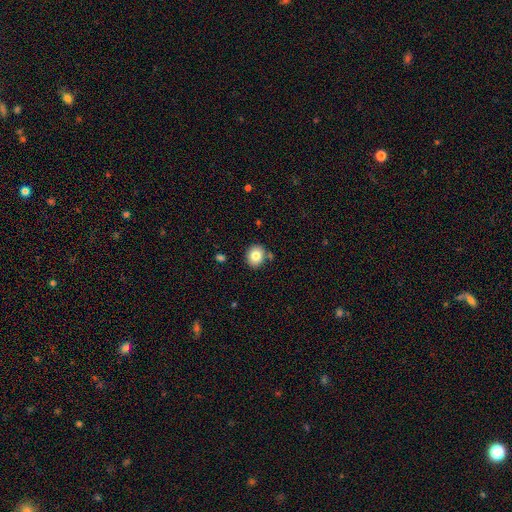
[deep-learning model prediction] This appears to be a smooth galaxy with no disk features (81%) that is round (73%). Merging: none (83%).